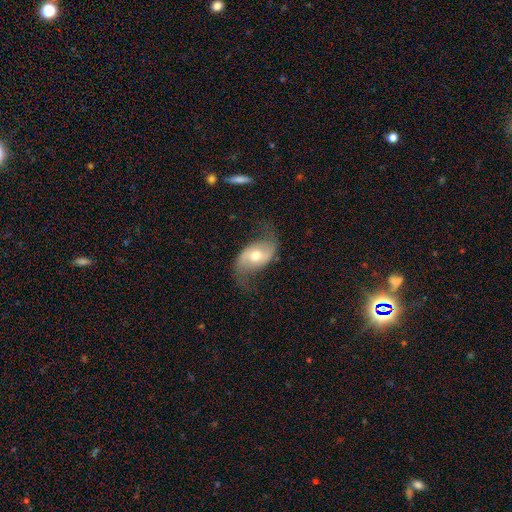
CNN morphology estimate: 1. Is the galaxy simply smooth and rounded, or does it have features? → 78% featured or disk, 17% smooth, 6% star or artifact.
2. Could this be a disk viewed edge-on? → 95% no, 5% yes.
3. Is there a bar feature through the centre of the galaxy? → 41% no, 37% weak, 22% strong.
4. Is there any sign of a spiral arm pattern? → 92% yes, 8% no.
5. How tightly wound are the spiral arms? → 78% loose, 17% medium, 5% tight.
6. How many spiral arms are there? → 92% 2, 3% can't tell, 2% 1, 1% 3, 1% 4, 1% more than 4.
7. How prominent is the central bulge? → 68% moderate, 23% small, 6% large, 1% dominant, 1% none.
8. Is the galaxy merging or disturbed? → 67% none, 19% minor disturbance, 12% major disturbance, 2% merger.